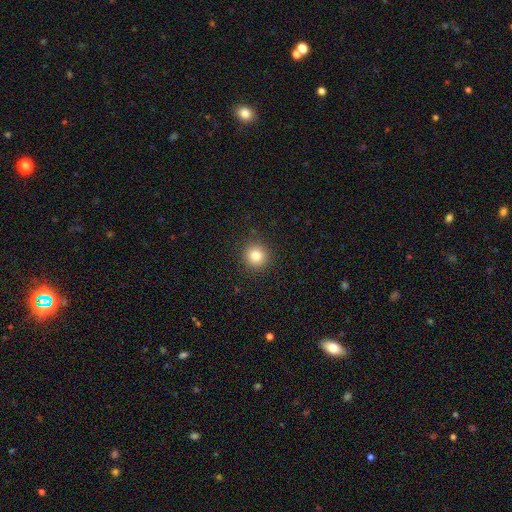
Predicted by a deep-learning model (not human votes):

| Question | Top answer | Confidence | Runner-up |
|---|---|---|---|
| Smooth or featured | smooth | 83% | star or artifact (11%) |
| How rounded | round | 94% | in between (5%) |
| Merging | none | 91% | minor disturbance (6%) |